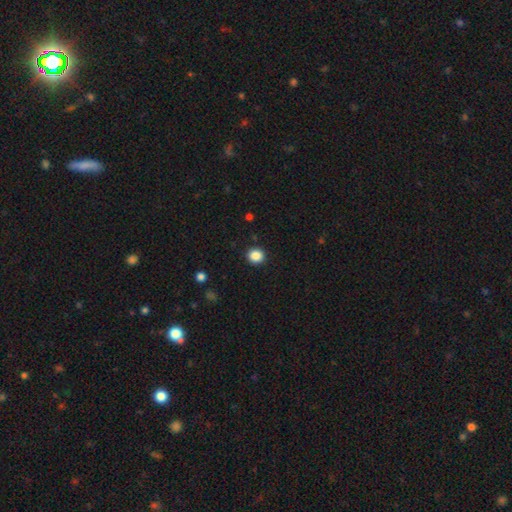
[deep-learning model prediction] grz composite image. It shows a smooth galaxy with no disk features (87%) that is round (86%). Merging: none (92%).